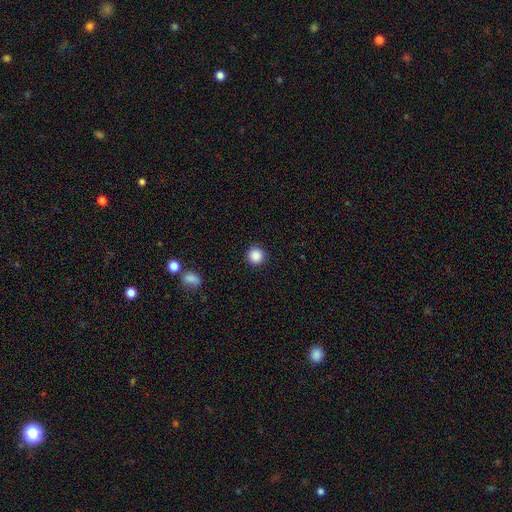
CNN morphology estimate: A smooth galaxy with no disk features (88%) that is round (95%).

Vote fractions:
- Smooth or featured? smooth: 88% / star or artifact: 9% / featured or disk: 3%
- How rounded? round: 95% / in between: 4% / cigar-shaped: 1%
- Merging? none: 92% / minor disturbance: 5% / major disturbance: 2% / merger: 1%